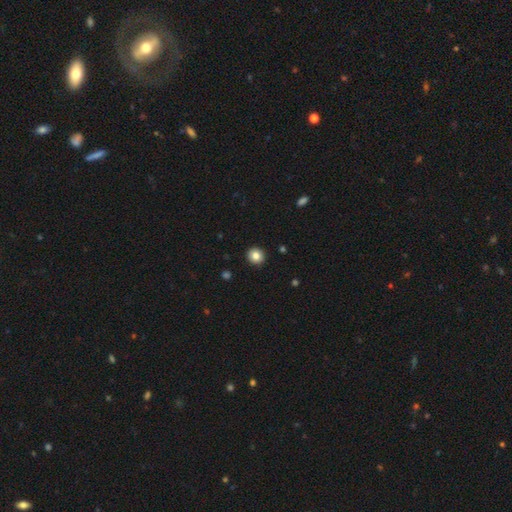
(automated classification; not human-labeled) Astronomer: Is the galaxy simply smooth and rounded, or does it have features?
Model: smooth — 84%.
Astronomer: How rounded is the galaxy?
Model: round — 90%.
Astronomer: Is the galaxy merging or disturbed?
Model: none — 93%.